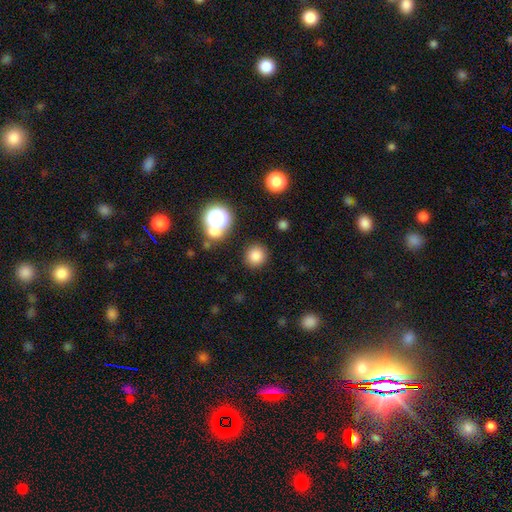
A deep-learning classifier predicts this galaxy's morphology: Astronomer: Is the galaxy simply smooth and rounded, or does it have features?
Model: smooth — 80%.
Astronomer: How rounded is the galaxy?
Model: round — 90%.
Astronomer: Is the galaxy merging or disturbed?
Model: none — 86%.